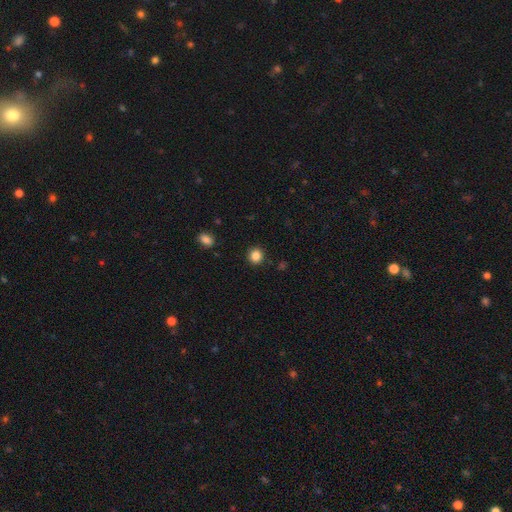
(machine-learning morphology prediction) This is clearly a smooth galaxy (85%). How rounded: clearly round (90%). Merging: clearly none (91%).